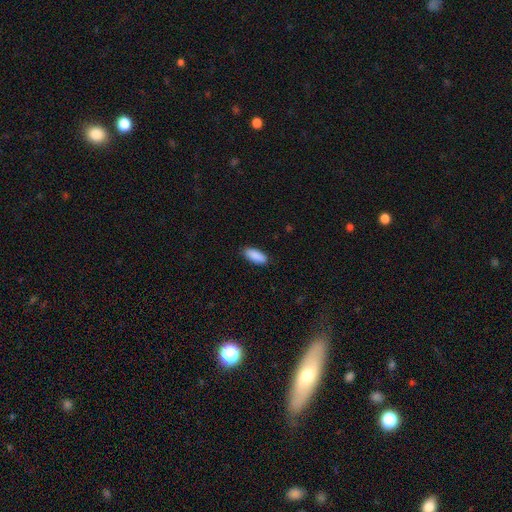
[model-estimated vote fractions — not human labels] Morphology: type=smooth (91%); roundness=in between (80%); merging=none (89%).